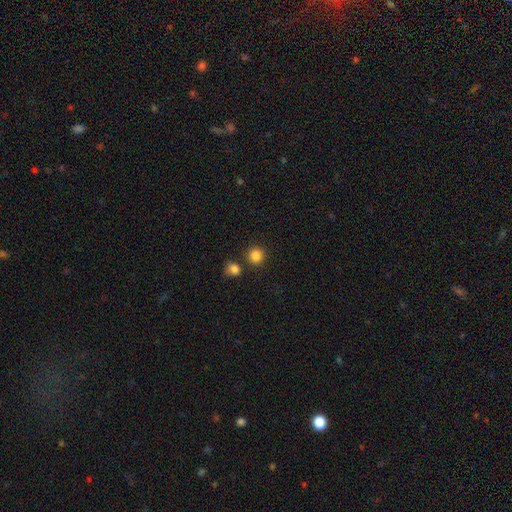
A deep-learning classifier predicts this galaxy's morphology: smooth-or-featured: smooth: 84% | star or artifact: 11% | featured or disk: 4%
  how-rounded: round: 92% | in between: 7% | cigar-shaped: 1%
  merging: none: 82% | merger: 9% | minor disturbance: 7% | major disturbance: 2%